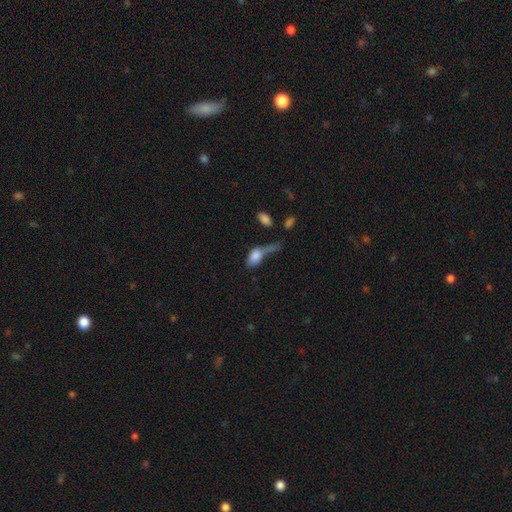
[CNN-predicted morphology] smooth 76%, featured or disk 16%, star or artifact 9%. Down the decision tree: how rounded — in between (83%); merging — major disturbance (36%).